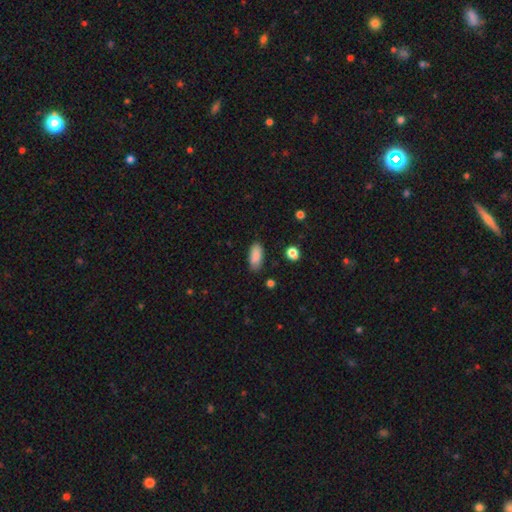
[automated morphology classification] This appears to be a smooth galaxy with no disk features (87%) that is in between round and cigar-shaped (87%). Merging: none (83%).